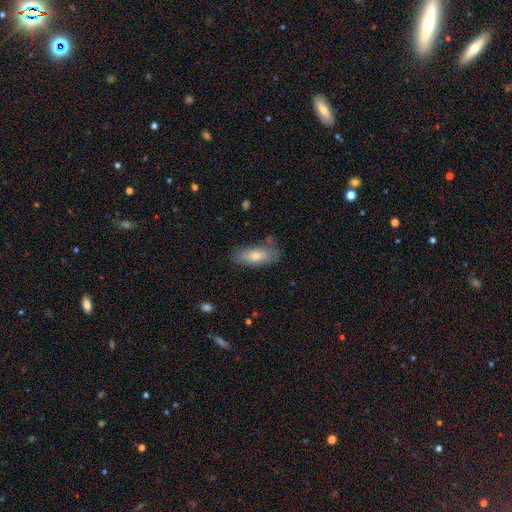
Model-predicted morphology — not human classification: Smooth or featured? smooth (67%)
How rounded? in between (74%)
Merging? none (70%)